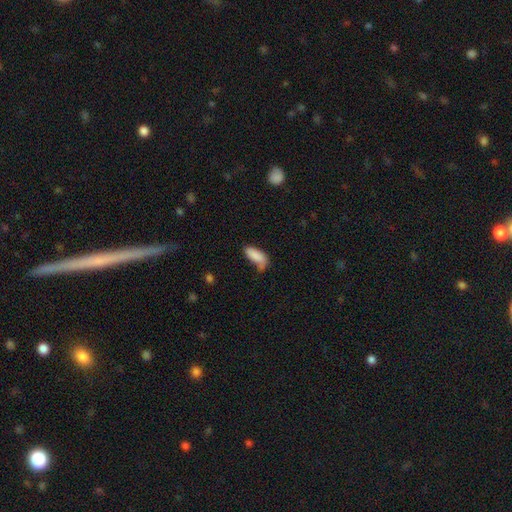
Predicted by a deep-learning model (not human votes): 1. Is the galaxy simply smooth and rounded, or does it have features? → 85% smooth, 8% star or artifact, 7% featured or disk.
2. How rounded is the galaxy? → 80% in between, 18% cigar-shaped, 2% round.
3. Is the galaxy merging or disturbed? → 46% none, 32% minor disturbance, 13% major disturbance, 9% merger.